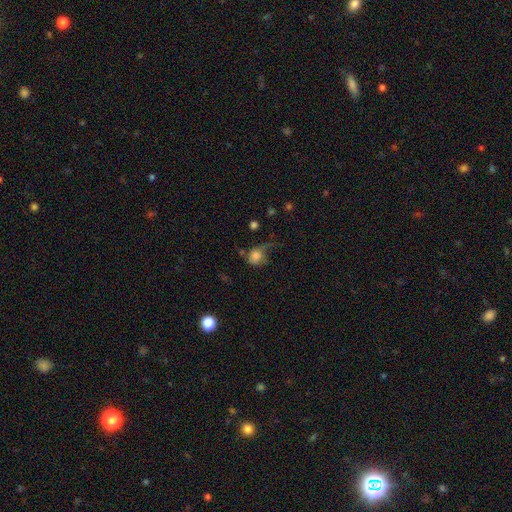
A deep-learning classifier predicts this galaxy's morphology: Q: Smooth or featured?
A: smooth (70%); runner-up: featured or disk (19%)
Q: How rounded?
A: round (73%); runner-up: in between (26%)
Q: Merging?
A: major disturbance (36%); runner-up: none (31%)